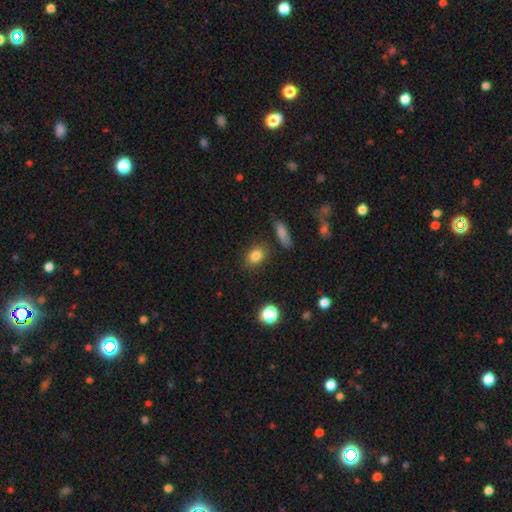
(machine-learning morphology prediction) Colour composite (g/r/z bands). It shows a smooth galaxy with no disk features (82%) that is in between round and cigar-shaped (61%). Merging: none (83%).